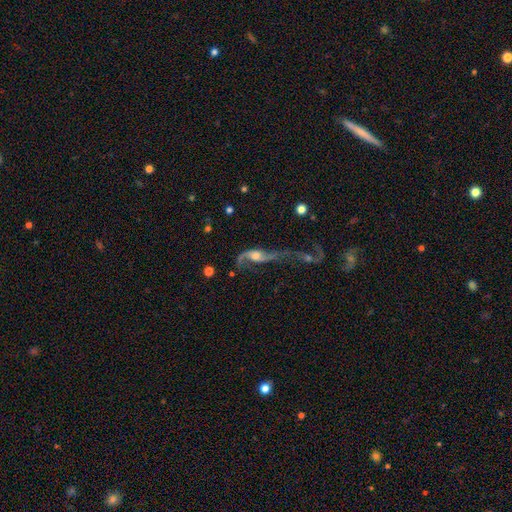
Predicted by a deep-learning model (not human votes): smooth-or-featured: featured or disk: 76% | smooth: 15% | star or artifact: 9%
  disk-edge-on: no: 89% | yes: 11%
    bar: no: 64% | weak: 28% | strong: 8%
    has-spiral-arms: yes: 88% | no: 12%
      spiral-winding: loose: 84% | medium: 12% | tight: 4%
      spiral-arm-count: 2: 81% | 1: 10% | can't tell: 5% | 3: 2% | 4: 1% | more than 4: 1%
    bulge-size: moderate: 54% | small: 21% | large: 16% | none: 7% | dominant: 3%
  merging: merger: 47% | major disturbance: 26% | none: 18% | minor disturbance: 10%